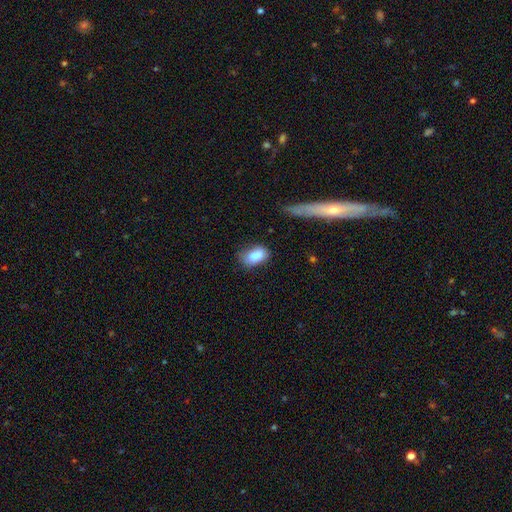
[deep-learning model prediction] Morphology: type=smooth (85%); roundness=in between (87%); merging=none (64%).